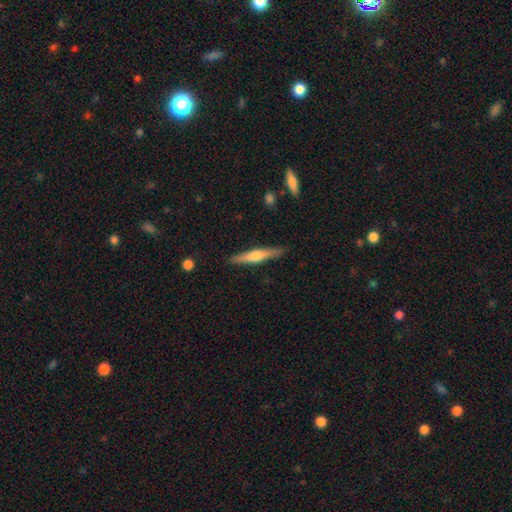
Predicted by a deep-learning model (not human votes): Smooth or featured: featured or disk — 56% (smooth — 39%)
Edge-on disk: yes — 96% (no — 4%)
Edge-on bulge: rounded — 87% (none — 7%)
Merging: none — 89% (minor disturbance — 8%)